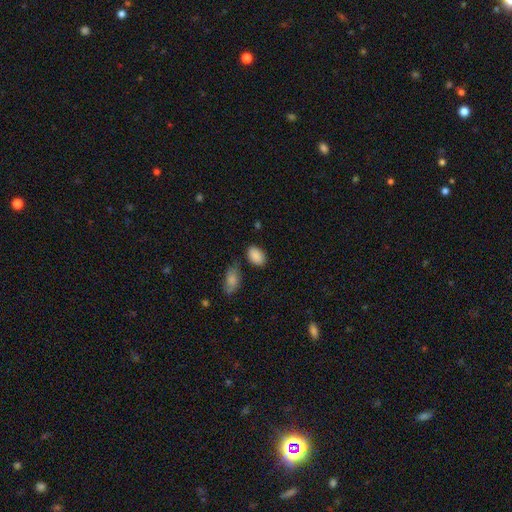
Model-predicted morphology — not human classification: Smooth or featured: smooth — 88% (star or artifact — 8%)
How rounded: in between — 90% (round — 8%)
Merging: none — 76% (minor disturbance — 15%)